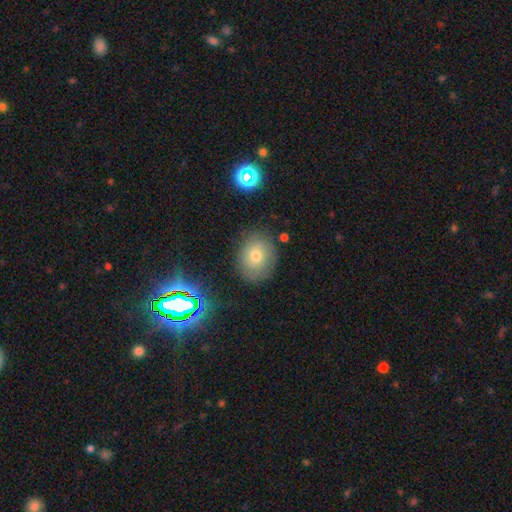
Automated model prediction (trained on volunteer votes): Overall: smooth (68%). How rounded: round (55%; in between 44%). Merging: none (78%).